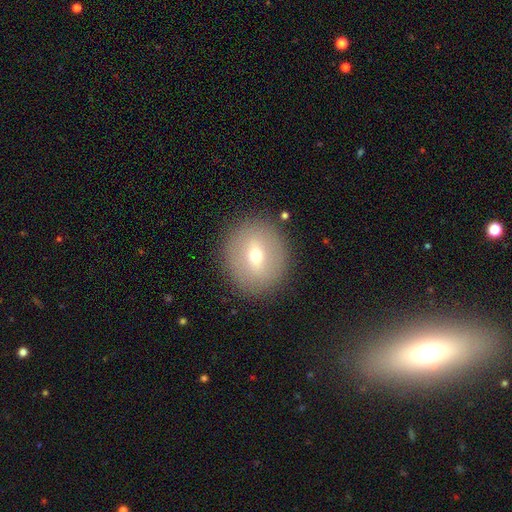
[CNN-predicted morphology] Smooth or featured? smooth (55%)
How rounded? round (78%)
Merging? none (87%)